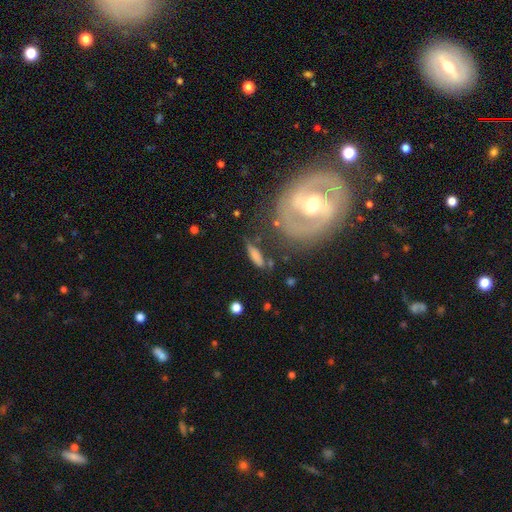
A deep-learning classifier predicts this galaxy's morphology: Smooth or featured: smooth — 70% (featured or disk — 22%)
How rounded: cigar-shaped — 58% (in between — 37%)
Merging: none — 63% (minor disturbance — 20%)